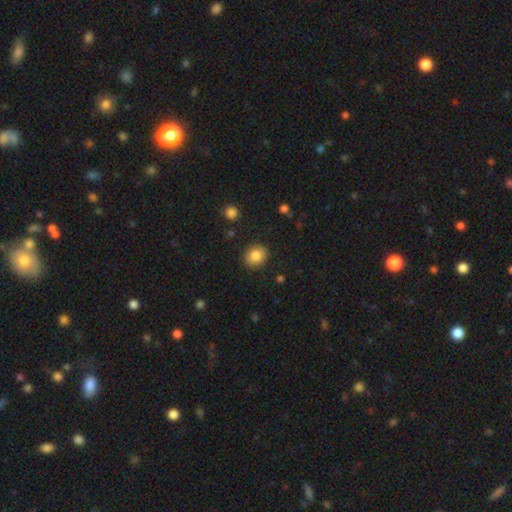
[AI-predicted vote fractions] Q: Smooth or featured?
A: smooth (84%); runner-up: star or artifact (9%)
Q: How rounded?
A: round (66%); runner-up: in between (33%)
Q: Merging?
A: none (88%); runner-up: minor disturbance (8%)